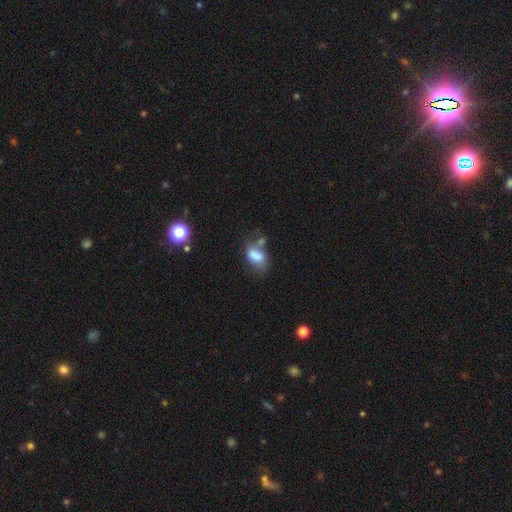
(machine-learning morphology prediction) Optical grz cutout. It shows a smooth galaxy with no disk features (71%) that is in between round and cigar-shaped (84%). Merging: none (32%).